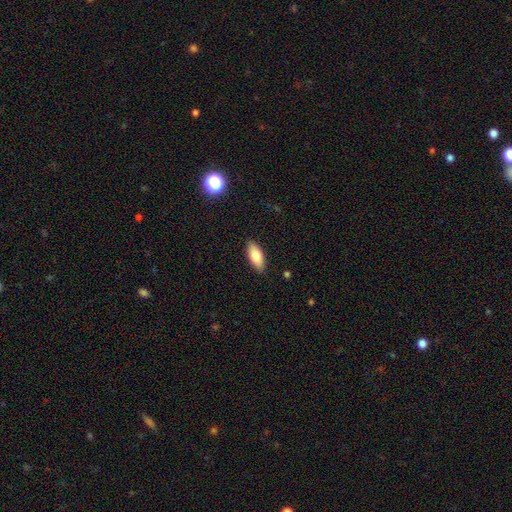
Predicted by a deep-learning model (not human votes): The model was most divided on "smooth or featured": smooth: 78%, featured or disk: 15%, star or artifact: 6%. More confident: merging — none (88%); how rounded — in between (84%).